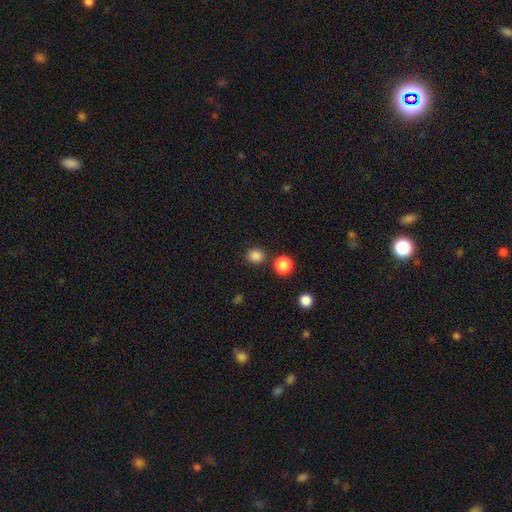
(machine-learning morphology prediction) Smooth or featured: smooth — 84% (star or artifact — 13%)
How rounded: round — 81% (in between — 18%)
Merging: none — 82% (minor disturbance — 9%)